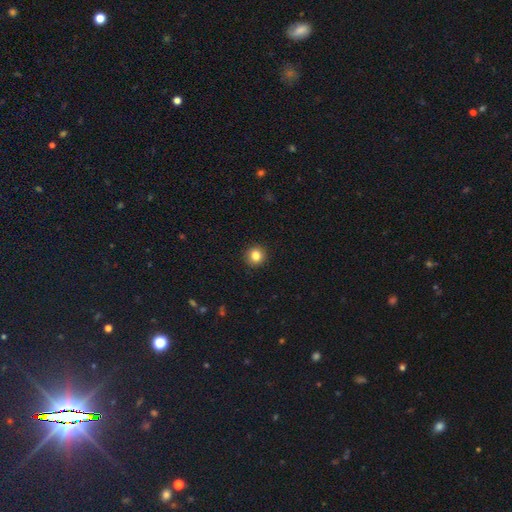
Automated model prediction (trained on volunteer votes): This appears to be a smooth galaxy with no disk features (83%) that is round (94%). Merging: none (93%).